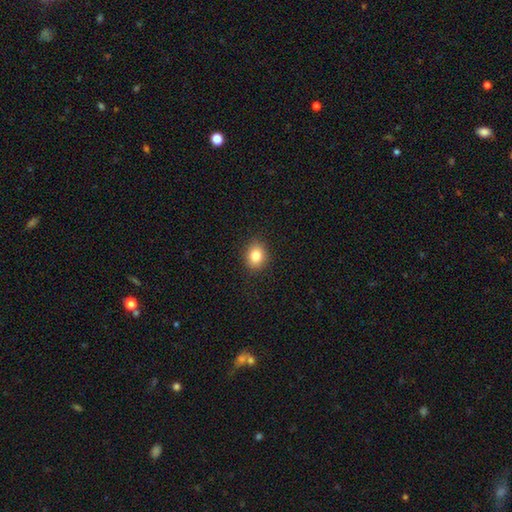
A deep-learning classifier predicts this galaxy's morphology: Smooth or featured? Predicted: smooth (p=0.84). How rounded? Predicted: round (p=0.55). Merging? Predicted: none (p=0.89).